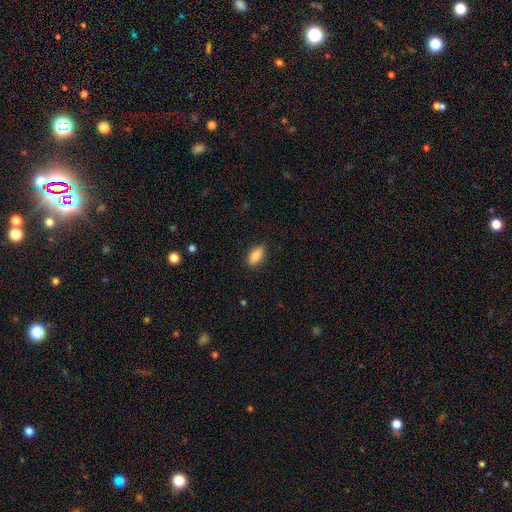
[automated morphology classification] Q: Smooth or featured?
A: smooth (87%); runner-up: star or artifact (7%)
Q: How rounded?
A: in between (89%); runner-up: cigar-shaped (7%)
Q: Merging?
A: none (85%); runner-up: minor disturbance (11%)